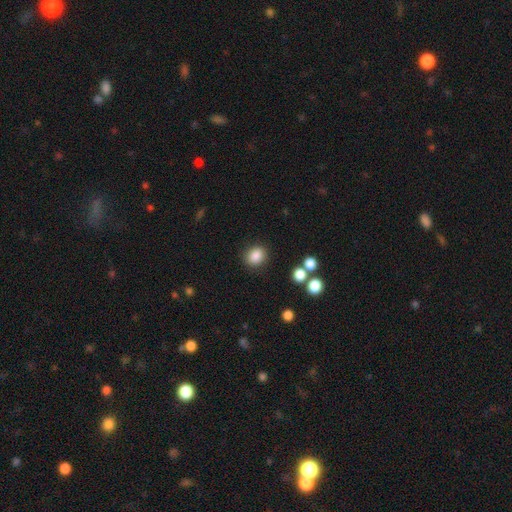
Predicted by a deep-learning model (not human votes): Smooth or featured: smooth — 85% (star or artifact — 10%)
How rounded: round — 62% (in between — 37%)
Merging: none — 86% (minor disturbance — 8%)